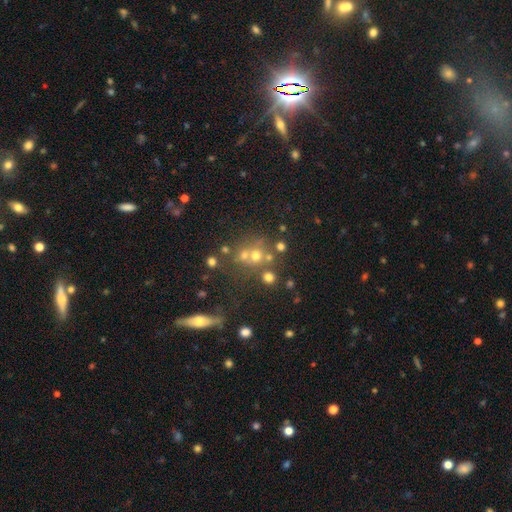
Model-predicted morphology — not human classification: This appears to be a smooth galaxy with no disk features (53%) that is round (82%). Merging: none (53%).